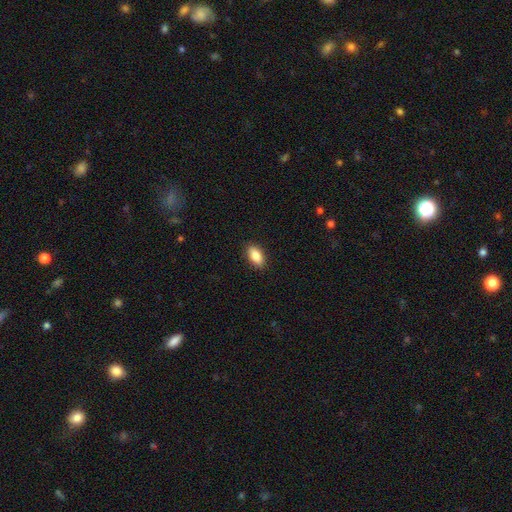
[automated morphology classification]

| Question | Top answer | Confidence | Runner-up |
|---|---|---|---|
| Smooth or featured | smooth | 86% | featured or disk (7%) |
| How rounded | in between | 90% | cigar-shaped (6%) |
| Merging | none | 89% | minor disturbance (8%) |